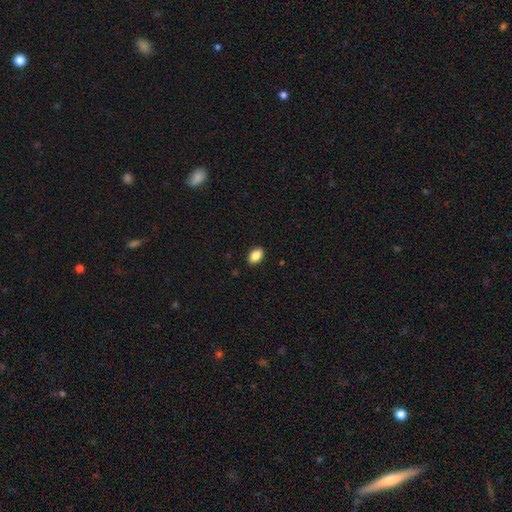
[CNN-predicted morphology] type=smooth (87%); roundness=in between (88%); merging=none (90%).